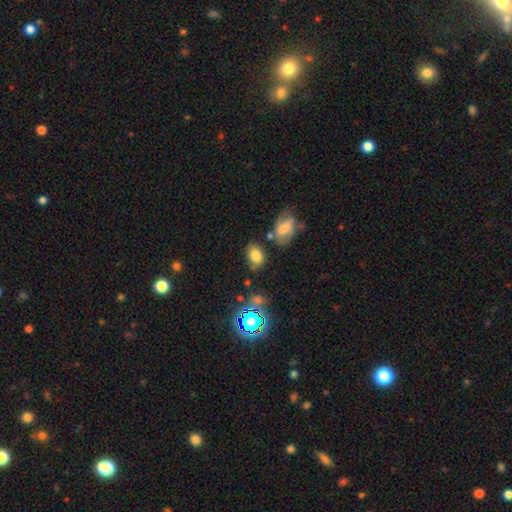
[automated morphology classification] smooth_or_featured: smooth (p=0.75) [alt: star or artifact p=0.14]
how_rounded: in between (p=0.73) [alt: round p=0.25]
merging: none (p=0.67) [alt: minor disturbance p=0.19]